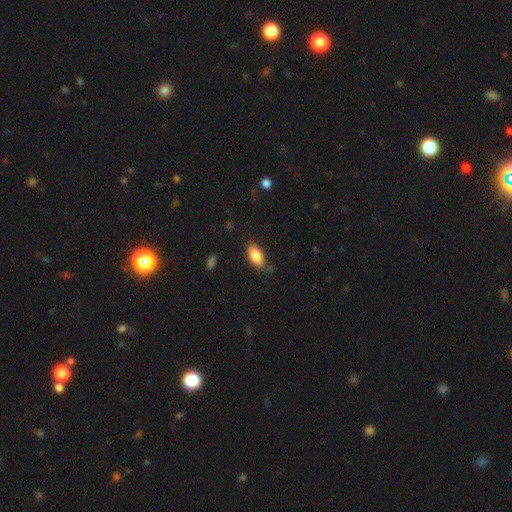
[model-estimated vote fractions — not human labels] smooth 84%, featured or disk 9%, star or artifact 7%. Down the decision tree: how rounded — in between (91%); merging — none (80%).